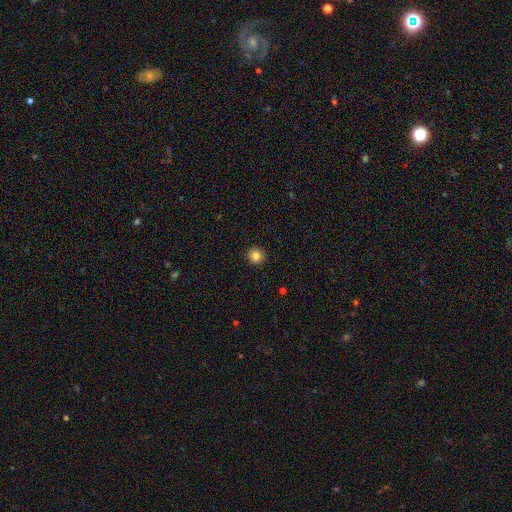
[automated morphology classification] Q: Smooth or featured?
A: smooth (83%); runner-up: star or artifact (11%)
Q: How rounded?
A: round (96%); runner-up: in between (3%)
Q: Merging?
A: none (93%); runner-up: minor disturbance (4%)